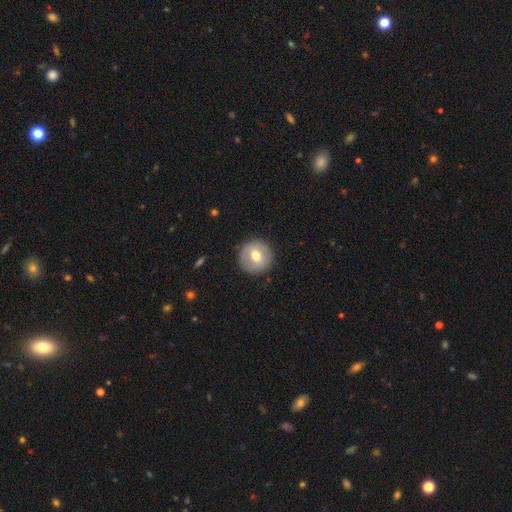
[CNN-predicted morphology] Overall: smooth (57%; featured or disk 36%). How rounded: round (94%). Merging: none (89%).